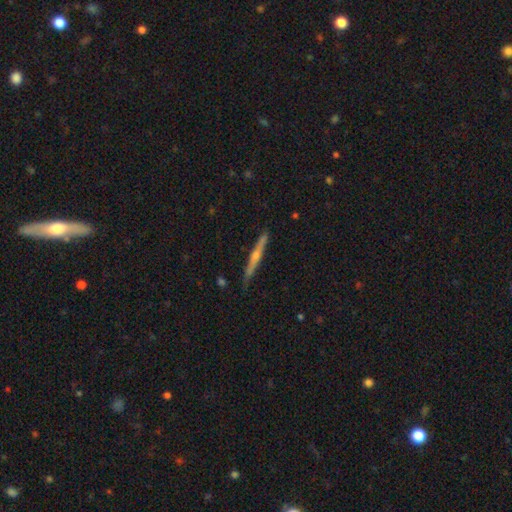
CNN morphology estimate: A featured or disk galaxy (66%) viewed edge-on (96%) with a rounded central bulge (71%). Merging: none (87%).